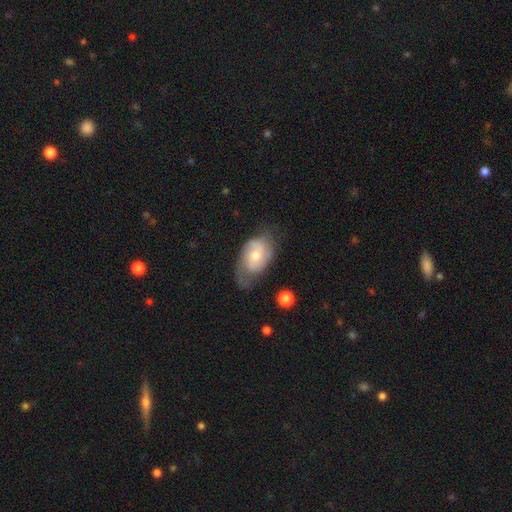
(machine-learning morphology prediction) A featured or disk galaxy (61%) with no bar (70%), spiral arms (82%) and a moderate central bulge (56%).

Vote fractions:
- Smooth or featured? featured or disk: 61% / smooth: 33% / star or artifact: 6%
- Edge-on disk? no: 95% / yes: 5%
- Bar? no: 70% / weak: 26% / strong: 4%
- Spiral arms? yes: 82% / no: 18%
- Bulge size? moderate: 56% / small: 38% / large: 4% / none: 1% / dominant: 1%
- Merging? none: 45% / minor disturbance: 32% / major disturbance: 21% / merger: 3%